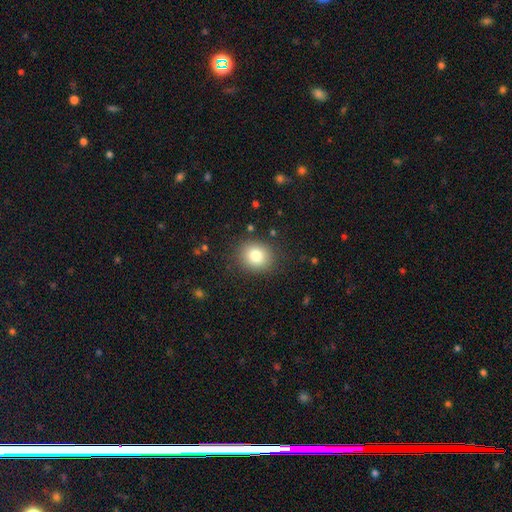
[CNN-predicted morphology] This is clearly a smooth galaxy (81%). How rounded: likely round (76%). Merging: clearly none (87%).